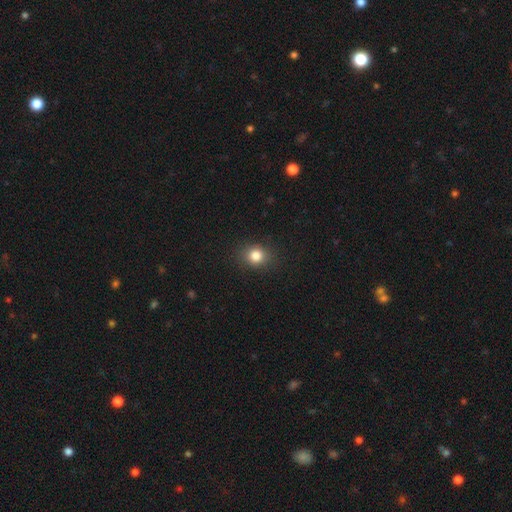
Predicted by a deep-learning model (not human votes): Smooth or featured?
  - smooth: 83% *
  - star or artifact: 11%
  - featured or disk: 6%
How rounded?
  - round: 67% *
  - in between: 32%
  - cigar-shaped: 1%
Merging?
  - none: 88% *
  - minor disturbance: 9%
  - major disturbance: 3%
  - merger: 1%